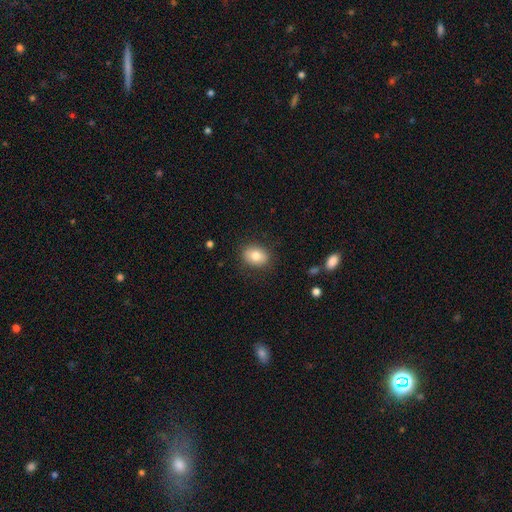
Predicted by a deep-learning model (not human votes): The model was most divided on "how rounded": in between: 65%, round: 34%, cigar-shaped: 1%. More confident: merging — none (85%); smooth or featured — smooth (81%).